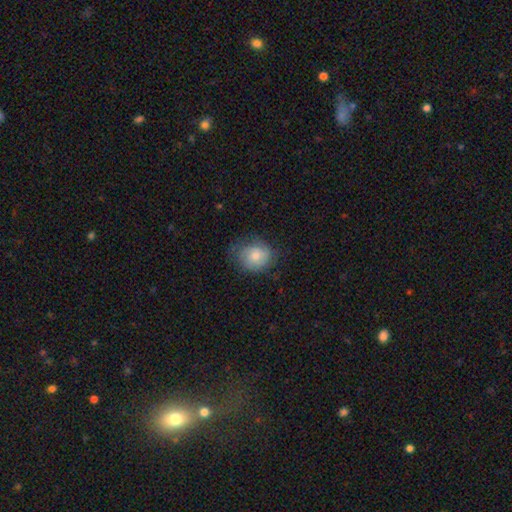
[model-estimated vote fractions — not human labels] The model was most divided on "how rounded": round: 66%, in between: 33%, cigar-shaped: 1%. More confident: smooth or featured — smooth (67%); merging — none (64%).